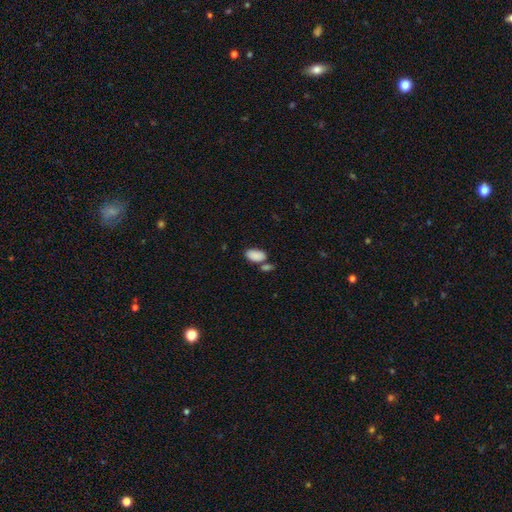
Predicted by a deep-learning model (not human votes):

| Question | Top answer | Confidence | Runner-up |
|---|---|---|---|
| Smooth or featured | smooth | 88% | star or artifact (7%) |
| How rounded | in between | 95% | round (3%) |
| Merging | none | 57% | merger (25%) |